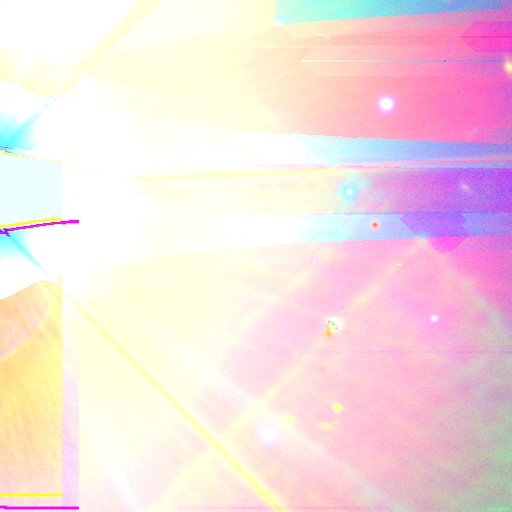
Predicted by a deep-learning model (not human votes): smooth-or-featured: star or artifact: 67% | smooth: 17% | featured or disk: 16%